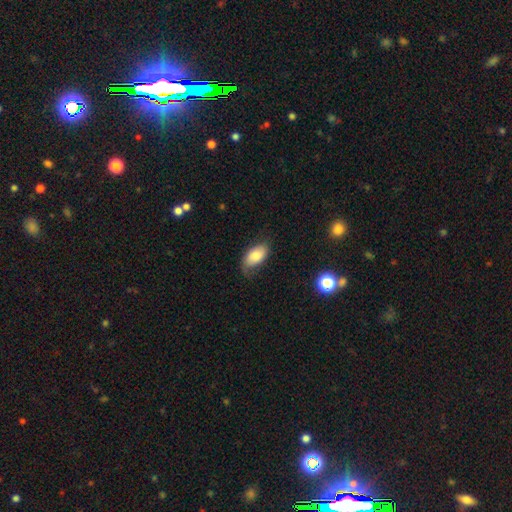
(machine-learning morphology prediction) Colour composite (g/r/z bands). It shows a smooth galaxy with no disk features (72%) that is in between round and cigar-shaped (93%). Merging: none (59%).